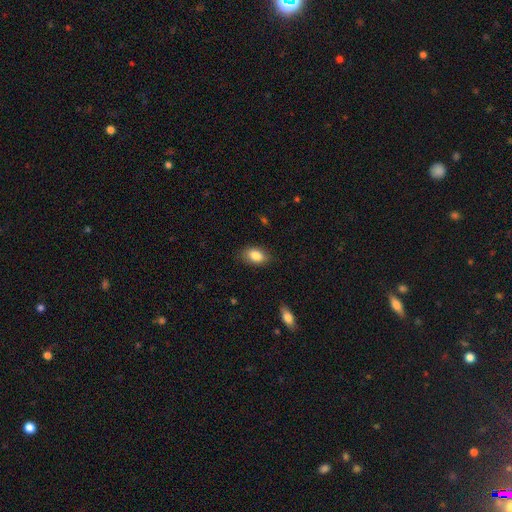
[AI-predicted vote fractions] Q: Smooth or featured?
A: smooth (85%); runner-up: star or artifact (8%)
Q: How rounded?
A: in between (88%); runner-up: round (10%)
Q: Merging?
A: none (82%); runner-up: minor disturbance (14%)